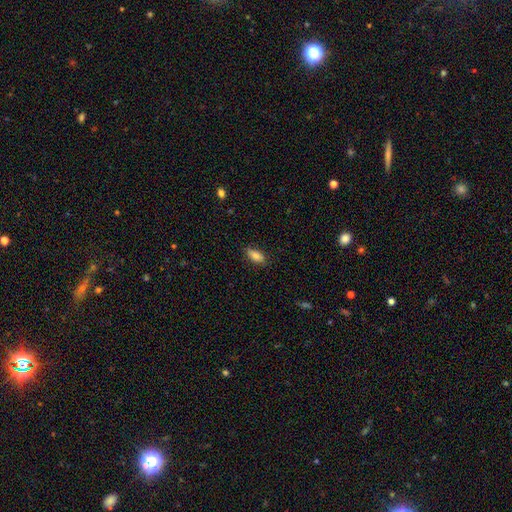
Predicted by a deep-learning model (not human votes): smooth_or_featured: smooth (p=0.80) [alt: featured or disk p=0.13]
how_rounded: in between (p=0.84) [alt: cigar-shaped p=0.12]
merging: none (p=0.81) [alt: minor disturbance p=0.16]